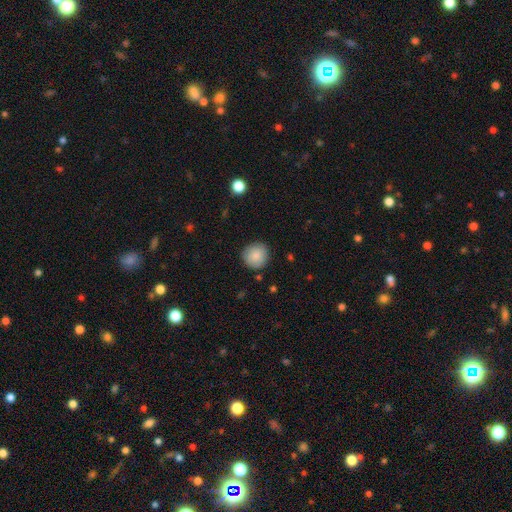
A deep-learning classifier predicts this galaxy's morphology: Smooth or featured? smooth (87%)
How rounded? round (93%)
Merging? none (88%)